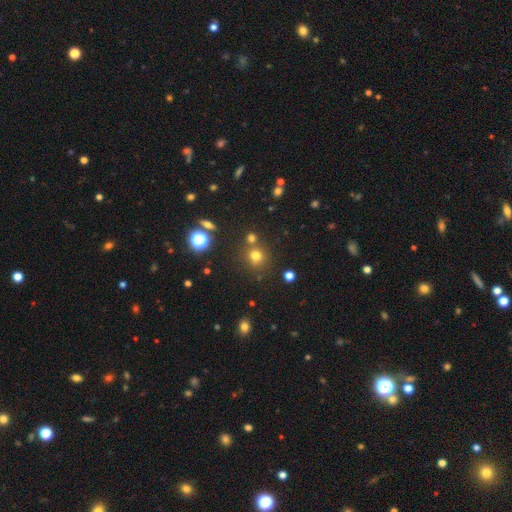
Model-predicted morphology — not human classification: Smooth or featured: smooth — 70% (star or artifact — 22%)
How rounded: round — 87% (in between — 12%)
Merging: none — 73% (merger — 14%)